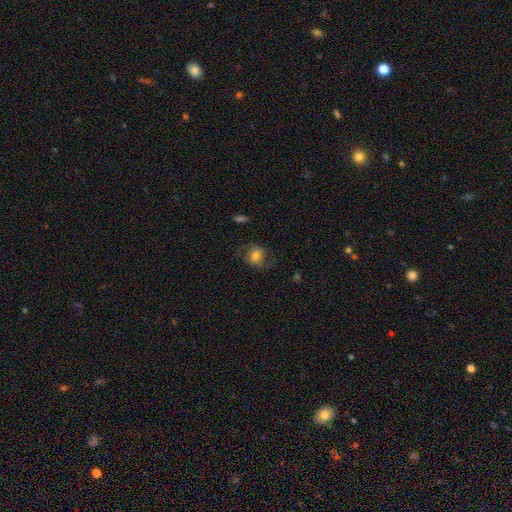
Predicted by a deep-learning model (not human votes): Smooth or featured? Predicted: smooth (p=0.58). How rounded? Predicted: round (p=0.51). Merging? Predicted: none (p=0.64).